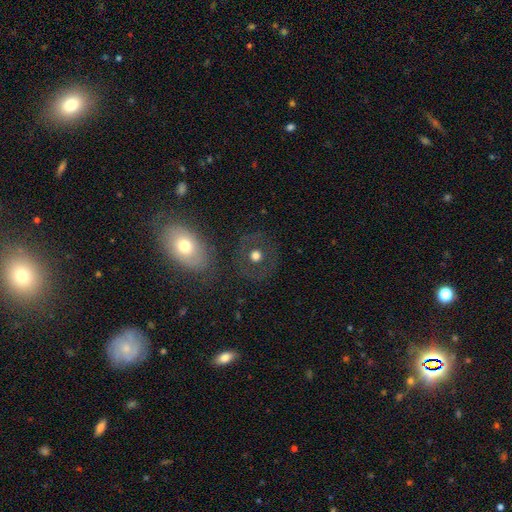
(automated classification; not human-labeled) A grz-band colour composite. It shows a smooth galaxy with no disk features (57%) that is round (85%). Merging: none (82%).